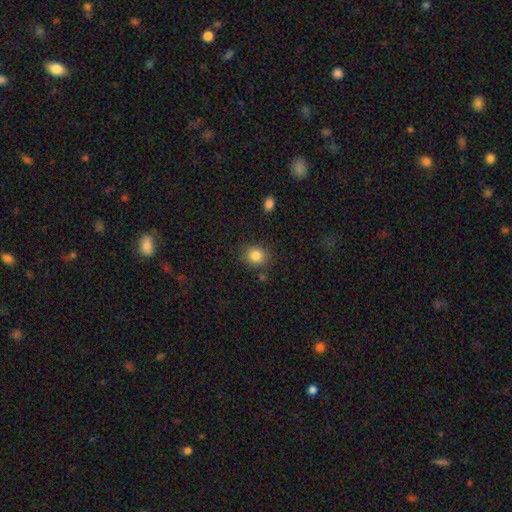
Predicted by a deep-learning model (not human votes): Smooth or featured? Predicted: smooth (p=0.84). How rounded? Predicted: round (p=0.76). Merging? Predicted: none (p=0.82).